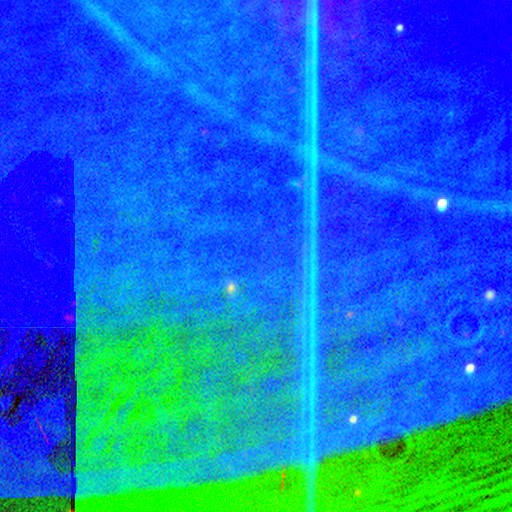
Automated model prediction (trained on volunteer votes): Smooth or featured?
  - star or artifact: 88% *
  - featured or disk: 7%
  - smooth: 5%